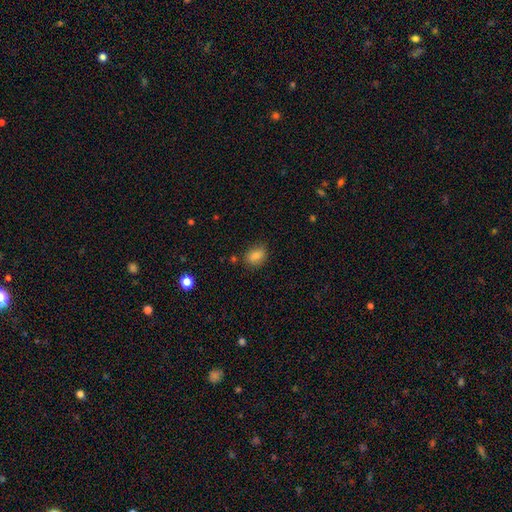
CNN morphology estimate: smooth 82%, star or artifact 10%, featured or disk 8%. Down the decision tree: how rounded — in between (69%); merging — none (77%).